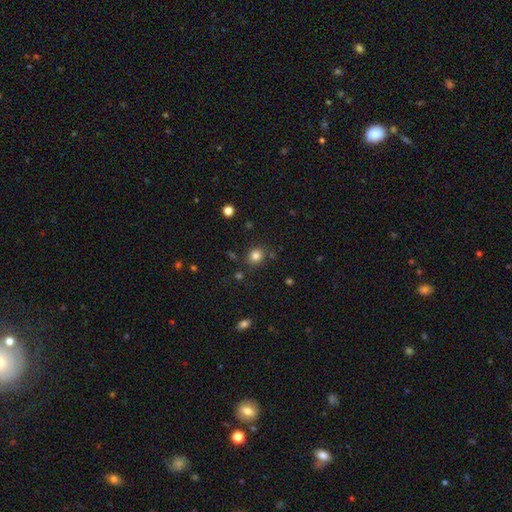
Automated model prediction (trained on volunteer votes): Smooth or featured?
  - smooth: 82% *
  - star or artifact: 13%
  - featured or disk: 5%
How rounded?
  - round: 77% *
  - in between: 22%
  - cigar-shaped: 1%
Merging?
  - none: 83% *
  - minor disturbance: 10%
  - merger: 4%
  - major disturbance: 3%